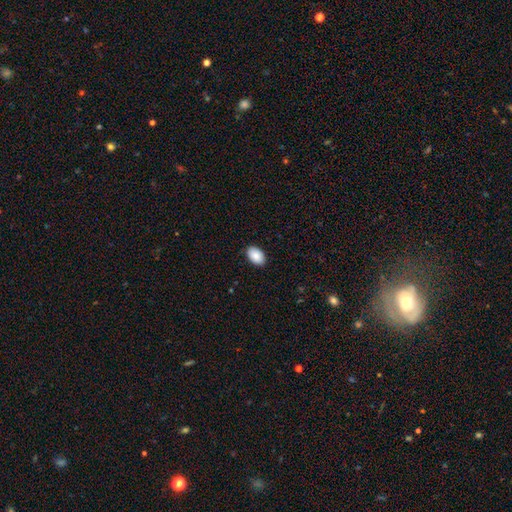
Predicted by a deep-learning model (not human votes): This appears to be a smooth galaxy with no disk features (89%) that is in between round and cigar-shaped (90%). Merging: none (89%).